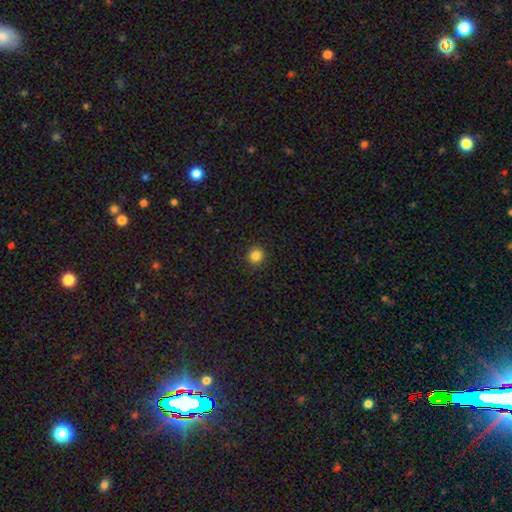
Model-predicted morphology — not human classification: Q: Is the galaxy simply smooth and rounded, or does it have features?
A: smooth — 84%.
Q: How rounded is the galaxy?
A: round — 94%.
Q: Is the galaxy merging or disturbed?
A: none — 92%.